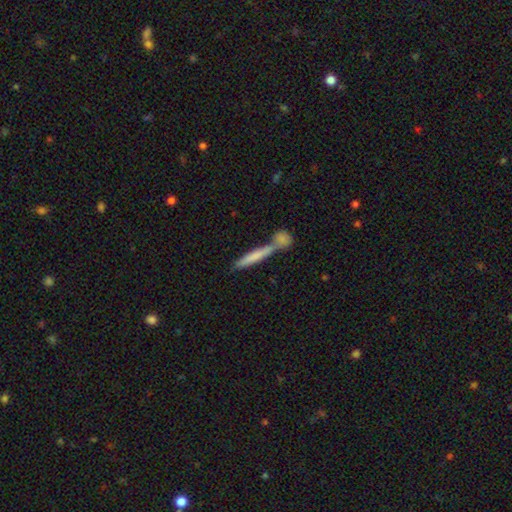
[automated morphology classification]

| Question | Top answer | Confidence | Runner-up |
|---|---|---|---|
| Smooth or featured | smooth | 66% | featured or disk (28%) |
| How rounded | cigar-shaped | 91% | in between (7%) |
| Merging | none | 49% | merger (37%) |